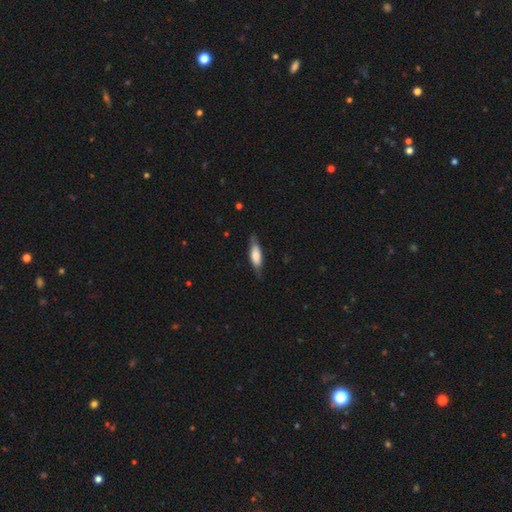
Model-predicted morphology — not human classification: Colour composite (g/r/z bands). It shows a smooth galaxy with no disk features (64%) that is in between round and cigar-shaped (53%). Merging: none (75%).